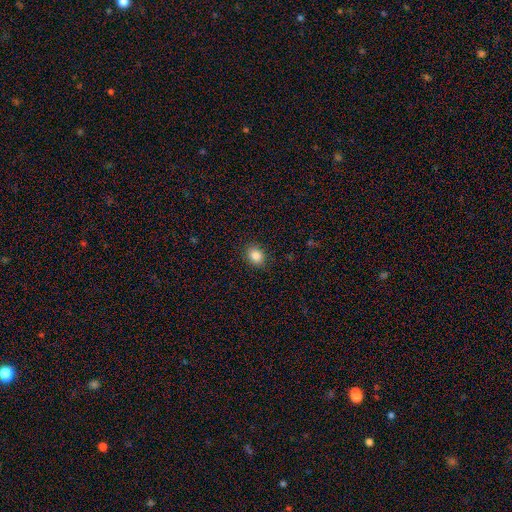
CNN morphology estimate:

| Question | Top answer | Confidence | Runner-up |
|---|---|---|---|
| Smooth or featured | smooth | 86% | star or artifact (10%) |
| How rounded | round | 54% | in between (45%) |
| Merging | none | 88% | minor disturbance (8%) |